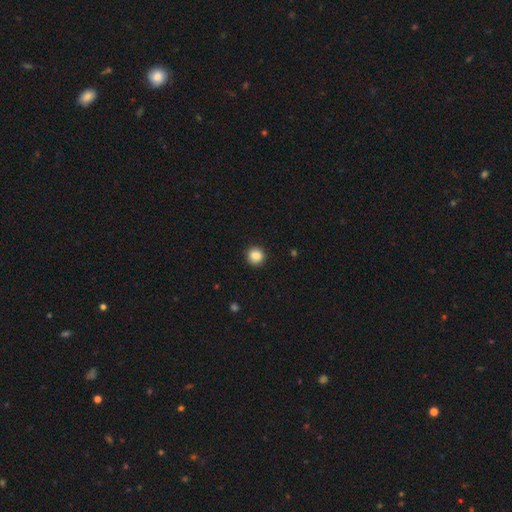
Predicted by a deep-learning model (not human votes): Q: Smooth or featured?
A: smooth (86%); runner-up: star or artifact (10%)
Q: How rounded?
A: round (93%); runner-up: in between (6%)
Q: Merging?
A: none (92%); runner-up: minor disturbance (6%)